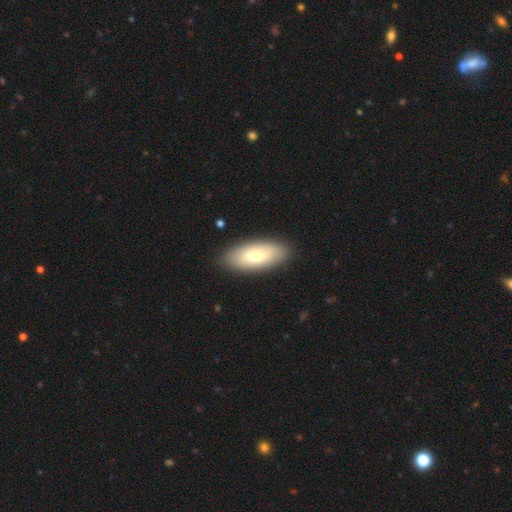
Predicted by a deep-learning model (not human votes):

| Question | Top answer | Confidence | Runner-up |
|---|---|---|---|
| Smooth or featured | smooth | 67% | featured or disk (27%) |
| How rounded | in between | 87% | cigar-shaped (11%) |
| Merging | none | 89% | minor disturbance (8%) |